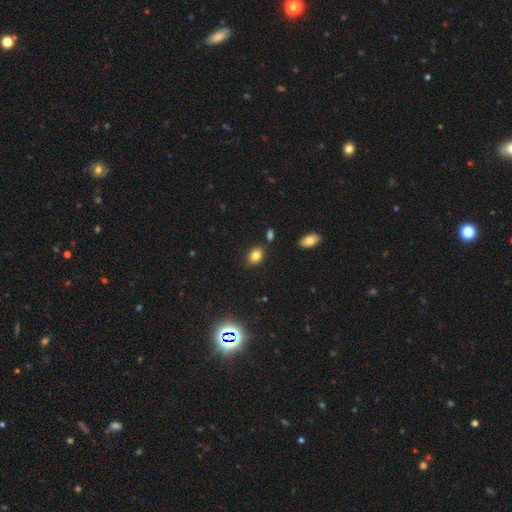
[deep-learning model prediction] Smooth or featured? Predicted: smooth (p=0.80). How rounded? Predicted: in between (p=0.77). Merging? Predicted: none (p=0.81).